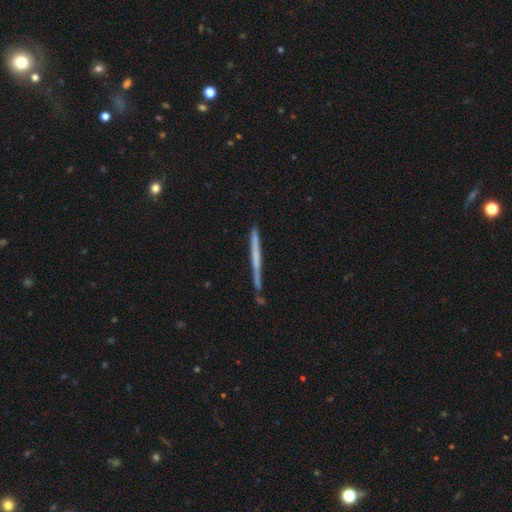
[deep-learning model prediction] Q: Smooth or featured?
A: featured or disk (53%); runner-up: smooth (41%)
Q: Edge-on disk?
A: yes (97%); runner-up: no (3%)
Q: Edge-on bulge?
A: none (83%); runner-up: rounded (11%)
Q: Merging?
A: none (84%); runner-up: minor disturbance (11%)